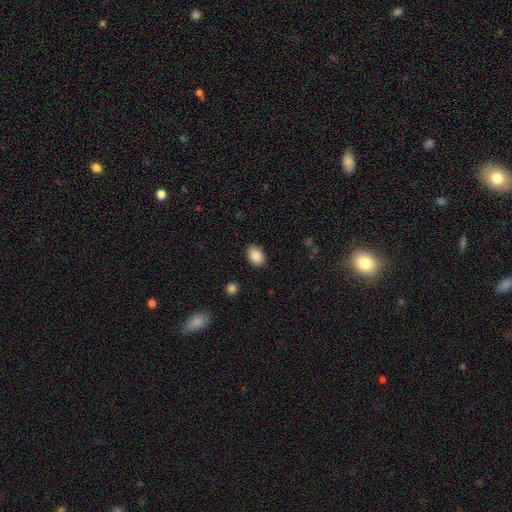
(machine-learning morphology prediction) Overall: smooth (89%). How rounded: in between (82%). Merging: none (89%).